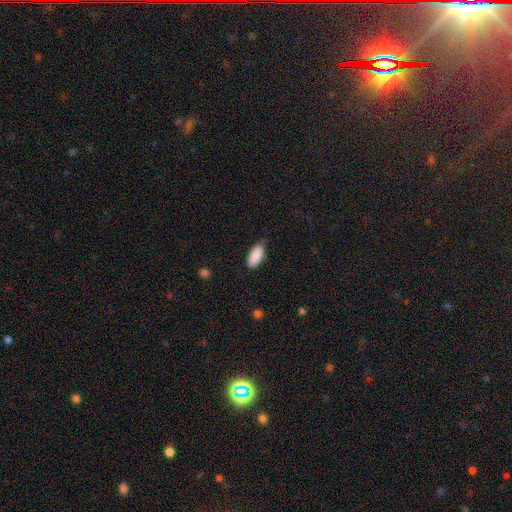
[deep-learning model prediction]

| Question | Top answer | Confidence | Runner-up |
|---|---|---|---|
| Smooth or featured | smooth | 90% | star or artifact (6%) |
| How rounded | in between | 91% | cigar-shaped (7%) |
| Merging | none | 73% | minor disturbance (22%) |